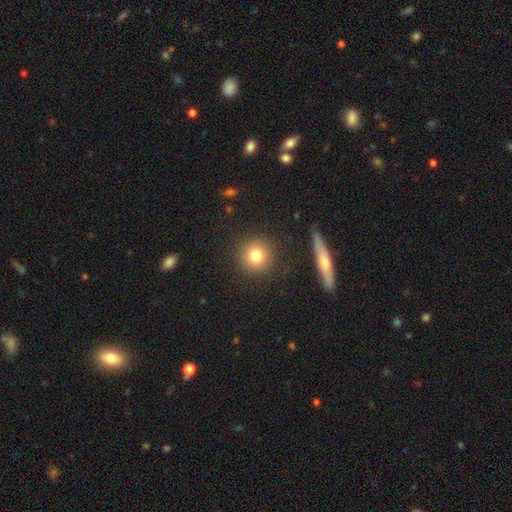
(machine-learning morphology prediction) A smooth galaxy with no disk features (80%) that is round (93%).

Vote fractions:
- Smooth or featured? smooth: 80% / star or artifact: 10% / featured or disk: 9%
- How rounded? round: 93% / in between: 5% / cigar-shaped: 1%
- Merging? none: 89% / minor disturbance: 6% / major disturbance: 3% / merger: 2%